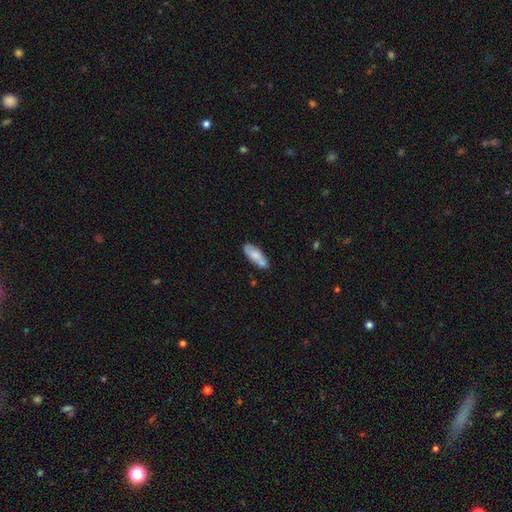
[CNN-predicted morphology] smooth_or_featured: smooth (p=0.70) [alt: featured or disk p=0.24]
how_rounded: in between (p=0.65) [alt: cigar-shaped p=0.33]
merging: none (p=0.69) [alt: minor disturbance p=0.19]